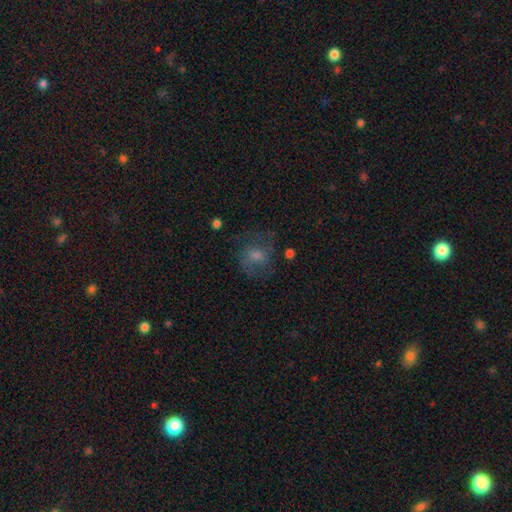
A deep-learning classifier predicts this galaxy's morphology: Smooth or featured? smooth (42%)
Merging? none (62%)